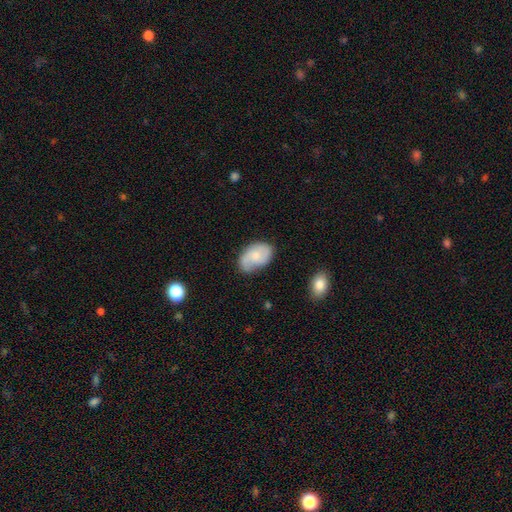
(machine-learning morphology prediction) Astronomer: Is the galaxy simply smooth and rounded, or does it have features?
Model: featured or disk — 50% (runner-up: smooth, 43%).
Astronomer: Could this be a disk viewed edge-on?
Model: no — 96%.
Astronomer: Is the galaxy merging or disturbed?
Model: none — 63%.